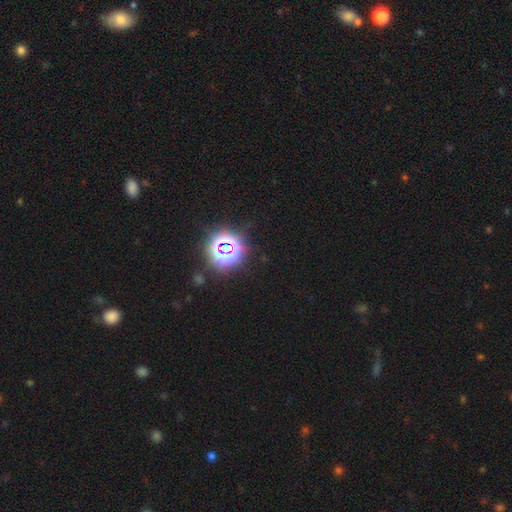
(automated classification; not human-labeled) Q: Smooth or featured?
A: star or artifact (79%); runner-up: smooth (15%)